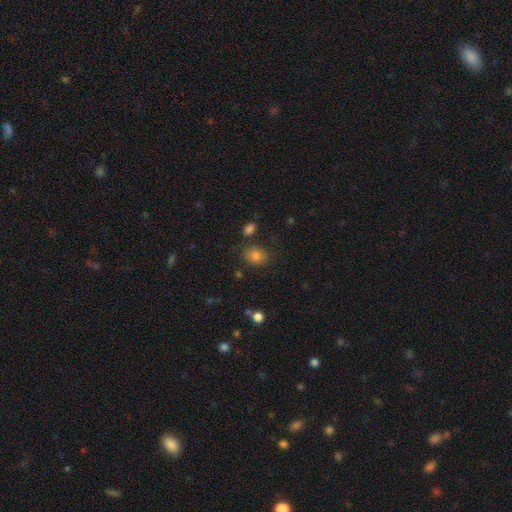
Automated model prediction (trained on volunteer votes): Q: Smooth or featured?
A: smooth (80%); runner-up: star or artifact (12%)
Q: How rounded?
A: in between (59%); runner-up: round (40%)
Q: Merging?
A: none (76%); runner-up: minor disturbance (14%)